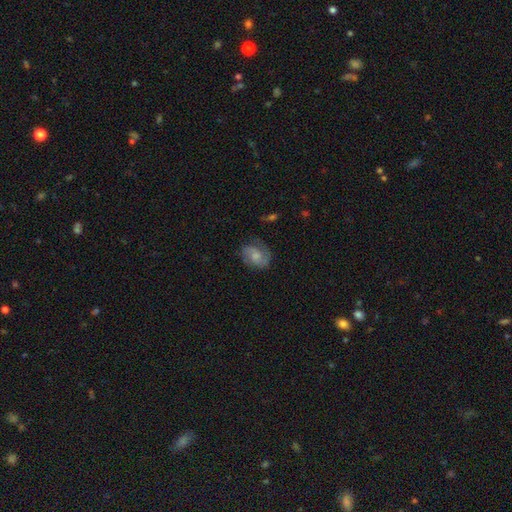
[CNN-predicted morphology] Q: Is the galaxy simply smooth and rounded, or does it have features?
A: featured or disk — 56%.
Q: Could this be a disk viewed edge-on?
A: no — 97%.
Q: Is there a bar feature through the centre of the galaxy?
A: no — 63%.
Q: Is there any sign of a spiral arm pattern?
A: yes — 89%.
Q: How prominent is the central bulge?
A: moderate — 46%.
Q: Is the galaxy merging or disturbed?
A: none — 68%.